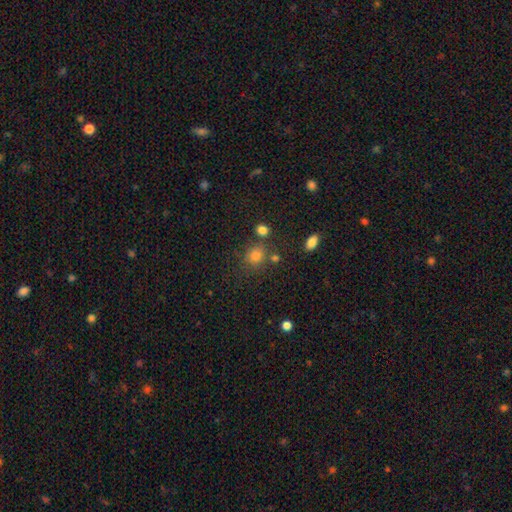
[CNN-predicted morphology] Smooth or featured?
  - smooth: 77% *
  - star or artifact: 16%
  - featured or disk: 7%
How rounded?
  - round: 75% *
  - in between: 24%
  - cigar-shaped: 1%
Merging?
  - none: 71% *
  - merger: 12%
  - minor disturbance: 12%
  - major disturbance: 5%